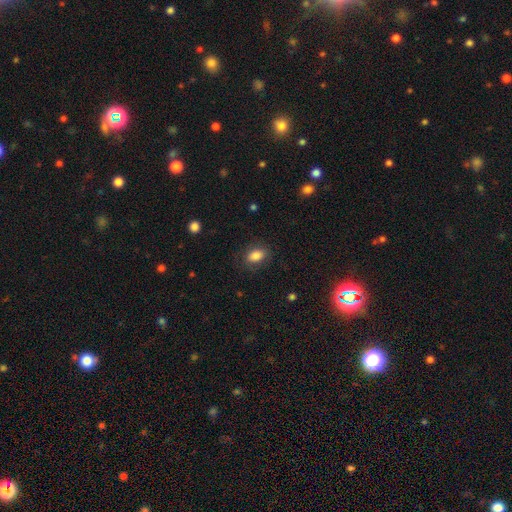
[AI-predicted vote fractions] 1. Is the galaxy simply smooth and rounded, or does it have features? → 85% smooth, 8% star or artifact, 7% featured or disk.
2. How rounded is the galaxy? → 84% in between, 14% round, 2% cigar-shaped.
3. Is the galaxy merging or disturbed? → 81% none, 13% minor disturbance, 5% major disturbance, 1% merger.